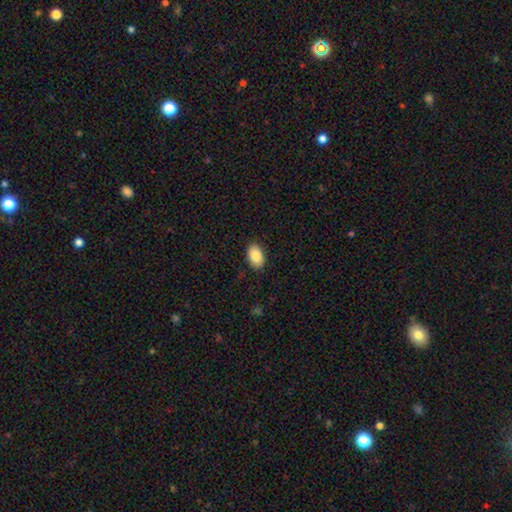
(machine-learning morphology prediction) Smooth or featured? smooth (88%)
How rounded? in between (92%)
Merging? none (89%)